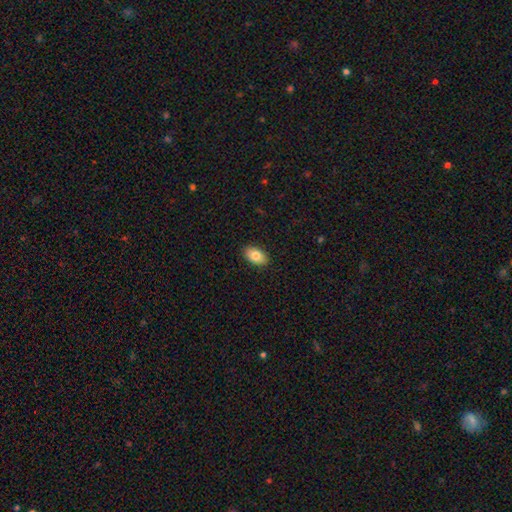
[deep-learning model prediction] Smooth or featured? Predicted: smooth (p=0.82). How rounded? Predicted: in between (p=0.92). Merging? Predicted: none (p=0.89).